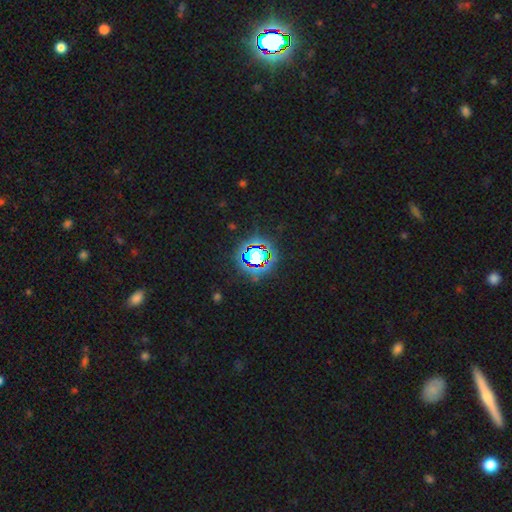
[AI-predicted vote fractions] A star or artifact, not a galaxy (70%).